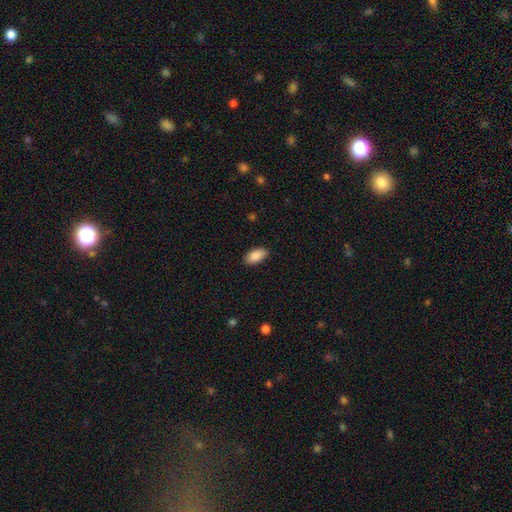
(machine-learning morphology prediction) smooth_or_featured: smooth (p=0.90) [alt: star or artifact p=0.07]
how_rounded: in between (p=0.94) [alt: cigar-shaped p=0.04]
merging: none (p=0.88) [alt: minor disturbance p=0.09]